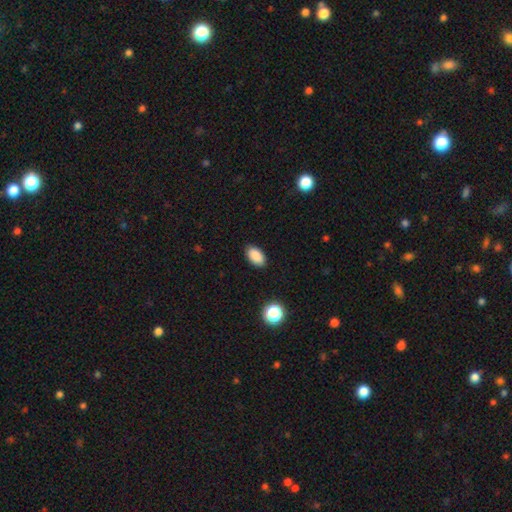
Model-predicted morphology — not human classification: Q: Smooth or featured?
A: smooth (88%); runner-up: star or artifact (9%)
Q: How rounded?
A: in between (93%); runner-up: round (5%)
Q: Merging?
A: none (89%); runner-up: minor disturbance (8%)